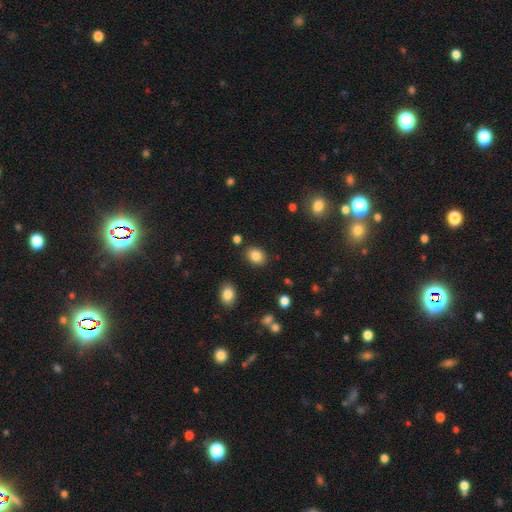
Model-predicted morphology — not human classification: Smooth or featured? Predicted: smooth (p=0.85). How rounded? Predicted: in between (p=0.58). Merging? Predicted: none (p=0.85).